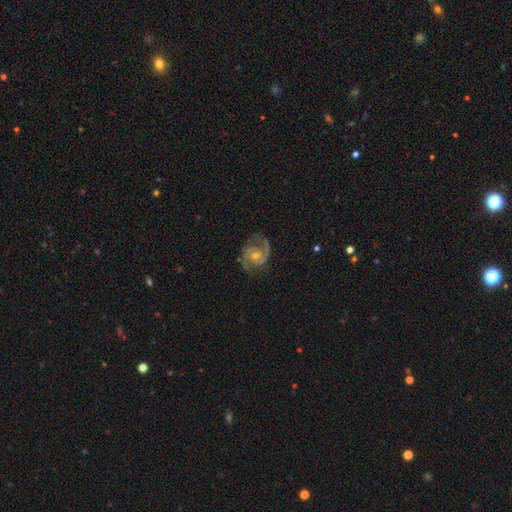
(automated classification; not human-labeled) Q: Smooth or featured?
A: featured or disk (89%); runner-up: star or artifact (6%)
Q: Edge-on disk?
A: no (98%); runner-up: yes (2%)
Q: Bar?
A: no (58%); runner-up: weak (34%)
Q: Spiral arms?
A: yes (97%); runner-up: no (3%)
Q: Spiral winding?
A: medium (56%); runner-up: tight (30%)
Q: Spiral arm count?
A: 2 (86%); runner-up: 3 (5%)
Q: Bulge size?
A: moderate (49%); runner-up: small (46%)
Q: Merging?
A: none (77%); runner-up: minor disturbance (15%)